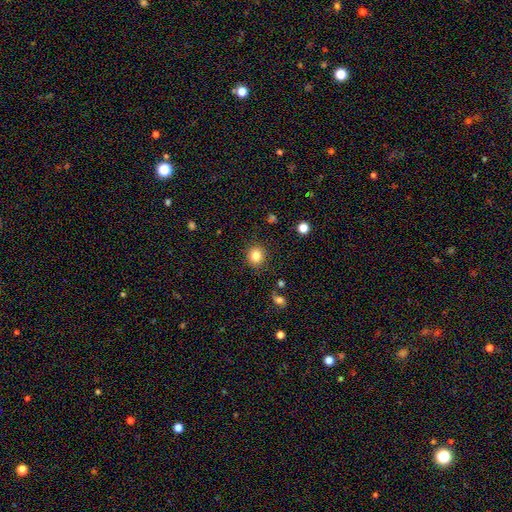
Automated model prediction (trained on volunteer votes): A smooth galaxy with no disk features (83%) that is round (87%). Merging: none (88%).